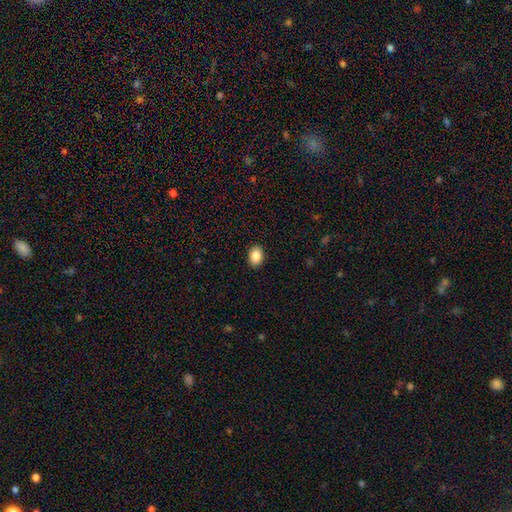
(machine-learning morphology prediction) Smooth or featured? smooth (87%)
How rounded? in between (78%)
Merging? none (91%)